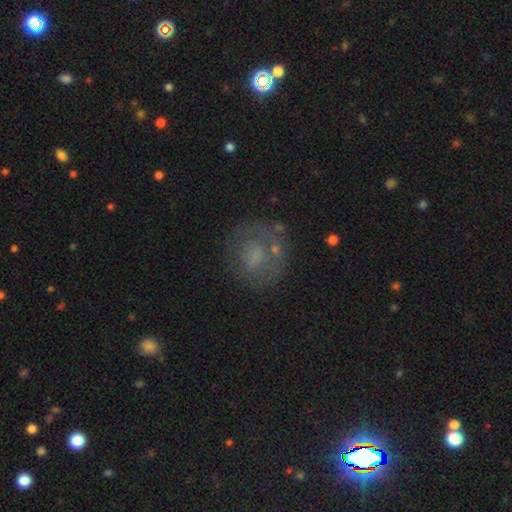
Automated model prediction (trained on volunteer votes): Smooth or featured? smooth (47%)
Merging? none (65%)